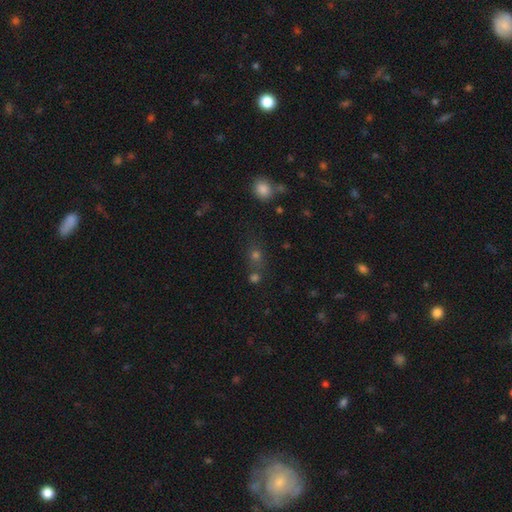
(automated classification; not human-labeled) Morphology: type=smooth (55%); roundness=round (72%); merging=none (60%).